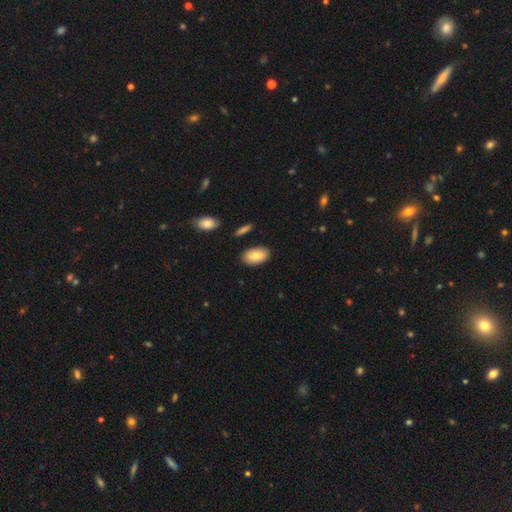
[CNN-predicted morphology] type=smooth (81%); roundness=in between (94%); merging=none (86%).